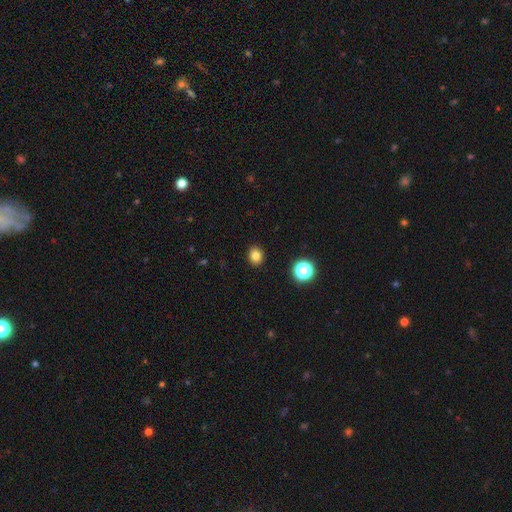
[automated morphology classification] Smooth or featured? Predicted: smooth (p=0.82). How rounded? Predicted: round (p=0.63). Merging? Predicted: none (p=0.91).